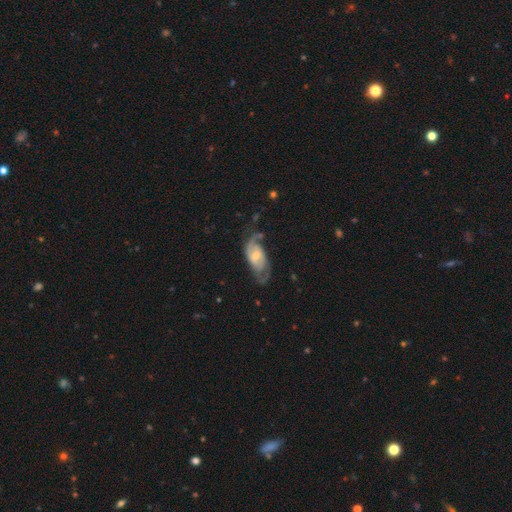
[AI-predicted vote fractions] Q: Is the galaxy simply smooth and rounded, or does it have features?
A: featured or disk — 77%.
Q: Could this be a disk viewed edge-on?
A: no — 94%.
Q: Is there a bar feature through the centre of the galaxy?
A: no — 46%.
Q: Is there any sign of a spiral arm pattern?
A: yes — 91%.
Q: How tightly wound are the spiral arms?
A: medium — 44%.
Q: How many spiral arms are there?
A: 2 — 75%.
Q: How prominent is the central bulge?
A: small — 46%.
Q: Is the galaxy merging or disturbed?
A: none — 51%.